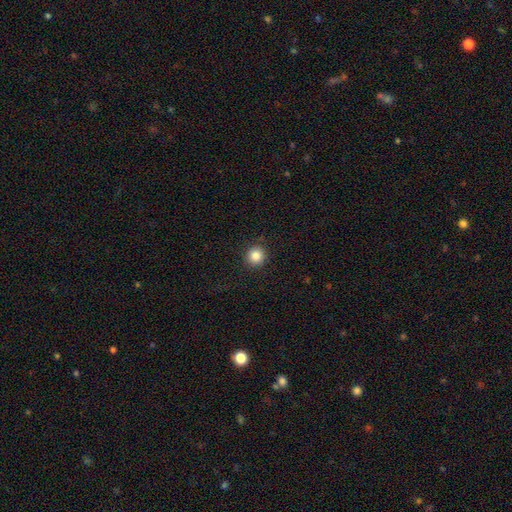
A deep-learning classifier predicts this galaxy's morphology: This is clearly a smooth galaxy (85%). How rounded: clearly round (93%). Merging: clearly none (91%).